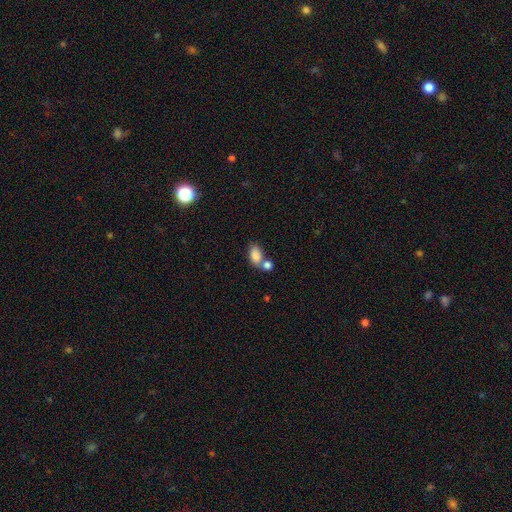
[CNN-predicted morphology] A smooth galaxy with no disk features (83%) that is in between round and cigar-shaped (88%).

Vote fractions:
- Smooth or featured? smooth: 83% / star or artifact: 9% / featured or disk: 8%
- How rounded? in between: 88% / round: 10% / cigar-shaped: 2%
- Merging? merger: 43% / none: 41% / minor disturbance: 12% / major disturbance: 5%